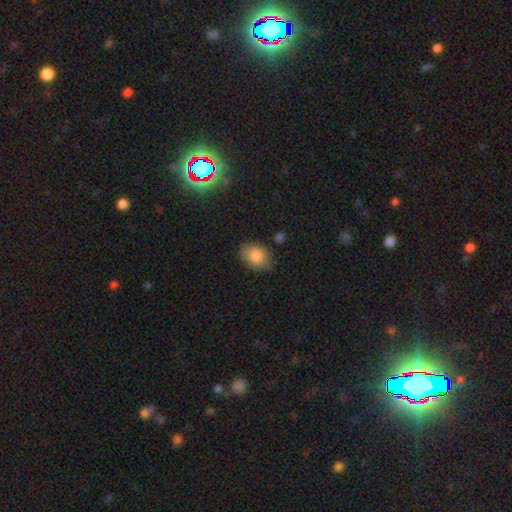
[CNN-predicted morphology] A smooth galaxy with no disk features (83%) that is in between round and cigar-shaped (67%). Merging: none (74%).